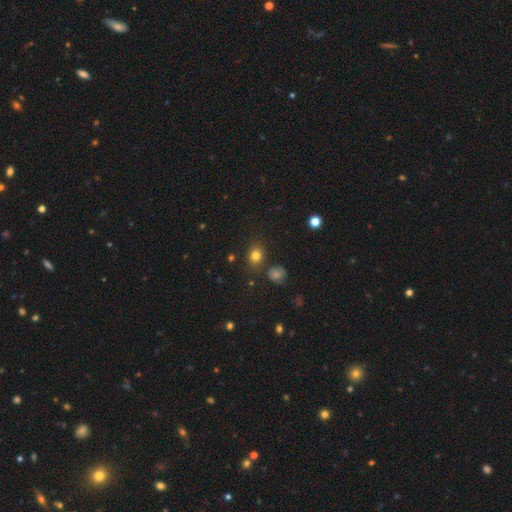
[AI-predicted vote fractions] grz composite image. It shows a smooth galaxy with no disk features (79%) that is round (59%). Merging: none (80%).